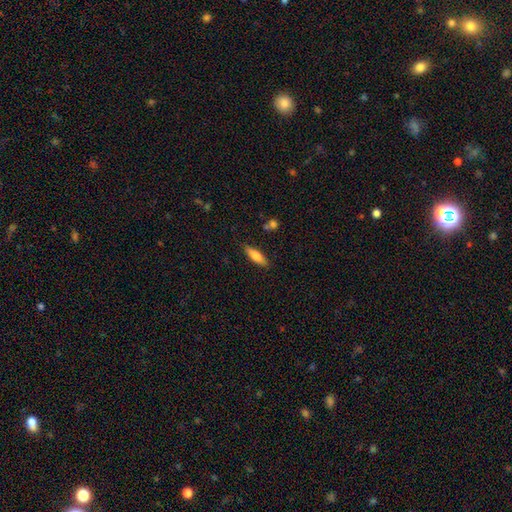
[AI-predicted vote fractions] Smooth or featured?
  - smooth: 73% *
  - featured or disk: 20%
  - star or artifact: 6%
How rounded?
  - cigar-shaped: 54% *
  - in between: 44%
  - round: 2%
Merging?
  - none: 84% *
  - minor disturbance: 11%
  - major disturbance: 2%
  - merger: 2%